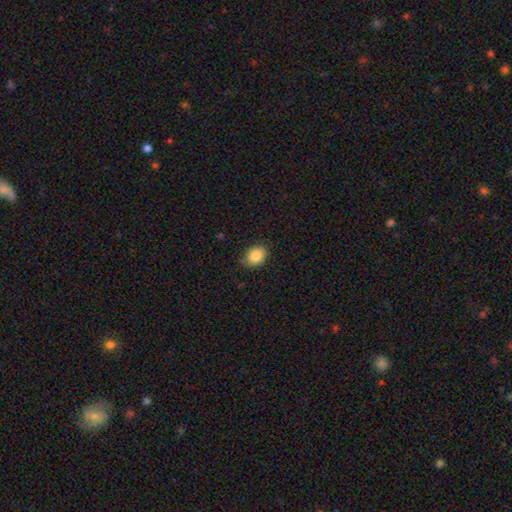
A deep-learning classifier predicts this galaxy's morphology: type=smooth (86%); roundness=in between (66%); merging=none (78%).